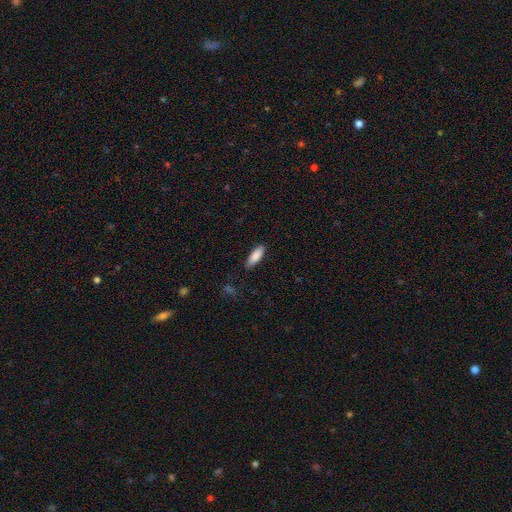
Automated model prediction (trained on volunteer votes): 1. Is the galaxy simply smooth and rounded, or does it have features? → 87% smooth, 8% featured or disk, 6% star or artifact.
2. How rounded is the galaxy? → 58% in between, 40% cigar-shaped, 2% round.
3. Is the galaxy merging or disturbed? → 86% none, 11% minor disturbance, 2% major disturbance, 1% merger.